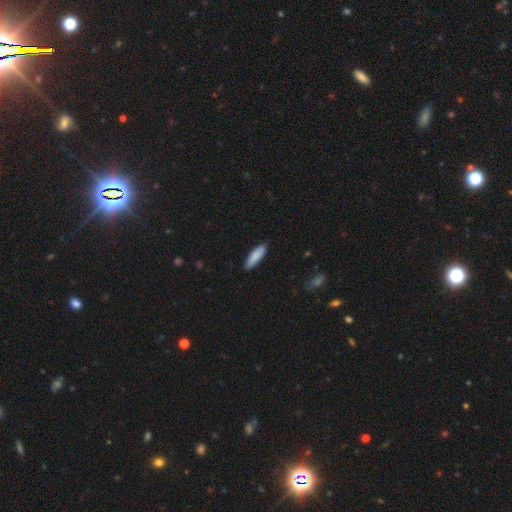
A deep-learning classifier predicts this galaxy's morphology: smooth-or-featured: smooth: 86% | featured or disk: 8% | star or artifact: 5%
  how-rounded: cigar-shaped: 55% | in between: 44% | round: 1%
  merging: none: 88% | minor disturbance: 9% | major disturbance: 2% | merger: 1%